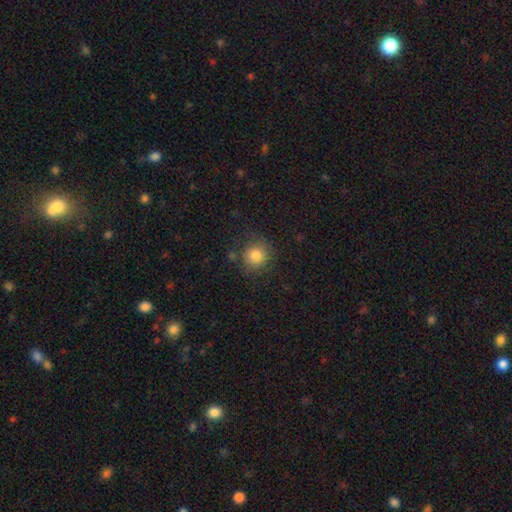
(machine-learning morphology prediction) smooth 82%, star or artifact 11%, featured or disk 7%. Down the decision tree: how rounded — round (89%); merging — none (81%).